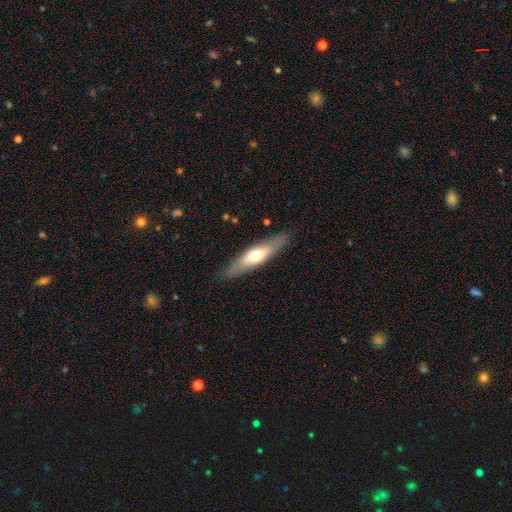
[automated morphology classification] A smooth galaxy with no disk features (51%) that is cigar-shaped (68%).

Vote fractions:
- Smooth or featured? smooth: 51% / featured or disk: 44% / star or artifact: 5%
- How rounded? cigar-shaped: 68% / in between: 31% / round: 2%
- Merging? none: 85% / minor disturbance: 11% / major disturbance: 3% / merger: 1%